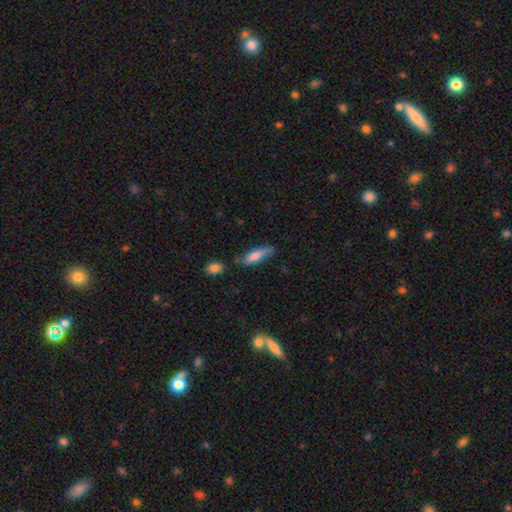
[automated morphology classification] Smooth or featured? Predicted: smooth (p=0.75). How rounded? Predicted: cigar-shaped (p=0.61). Merging? Predicted: none (p=0.62).